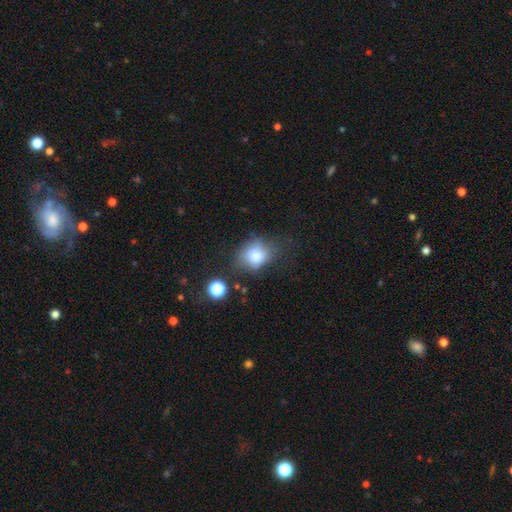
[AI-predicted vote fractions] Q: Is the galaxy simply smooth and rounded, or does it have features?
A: smooth — 78%.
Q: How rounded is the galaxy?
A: round — 52%.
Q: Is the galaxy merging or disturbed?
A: none — 48%.